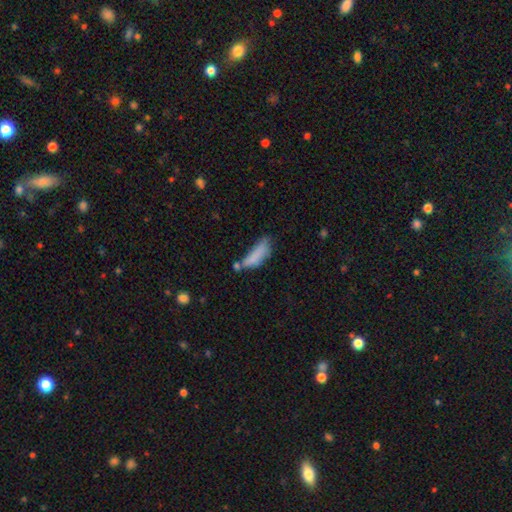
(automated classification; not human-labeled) Smooth or featured: smooth — 78% (featured or disk — 13%)
How rounded: in between — 52% (cigar-shaped — 46%)
Merging: none — 34% (minor disturbance — 30%)